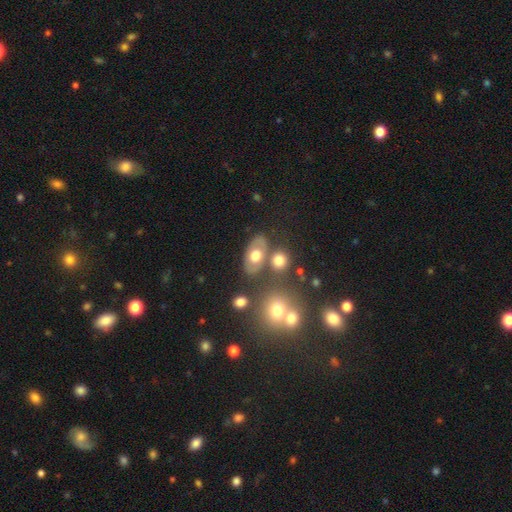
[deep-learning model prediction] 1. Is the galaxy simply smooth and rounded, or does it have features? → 57% smooth, 34% featured or disk, 9% star or artifact.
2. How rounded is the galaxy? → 82% in between, 16% round, 2% cigar-shaped.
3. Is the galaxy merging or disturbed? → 68% none, 14% merger, 13% minor disturbance, 5% major disturbance.